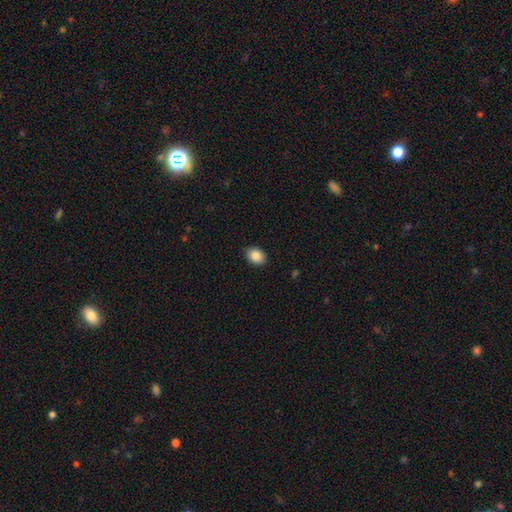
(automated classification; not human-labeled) smooth_or_featured: smooth (p=0.86) [alt: star or artifact p=0.08]
how_rounded: in between (p=0.69) [alt: round p=0.30]
merging: none (p=0.88) [alt: minor disturbance p=0.09]